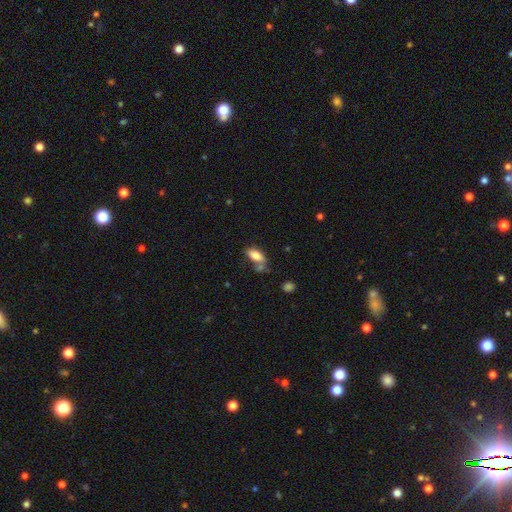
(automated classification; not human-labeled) Morphology: type=smooth (80%); roundness=in between (88%); merging=none (48%).